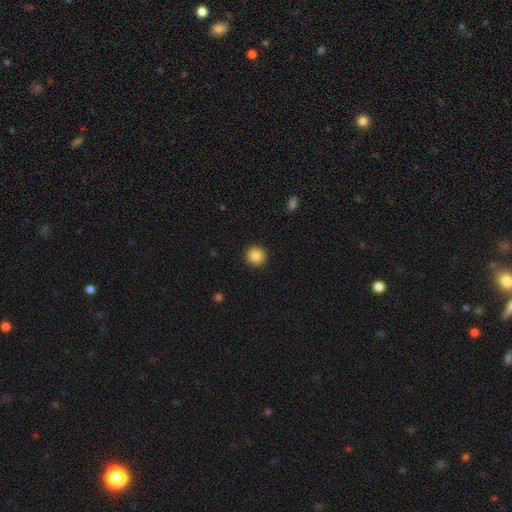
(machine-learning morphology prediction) Overall: smooth (85%). How rounded: round (95%). Merging: none (92%).